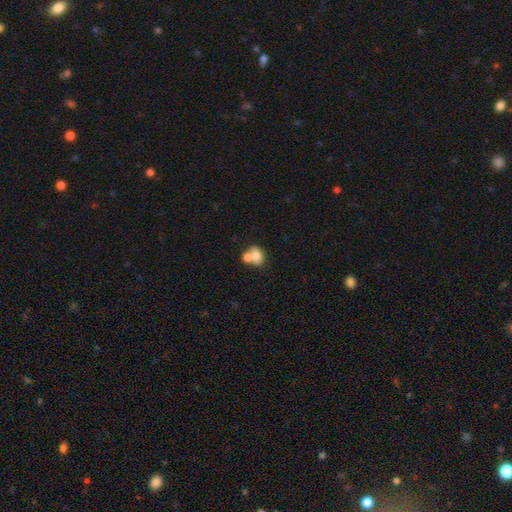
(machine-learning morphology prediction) type=smooth (74%); roundness=in between (65%); merging=merger (54%).